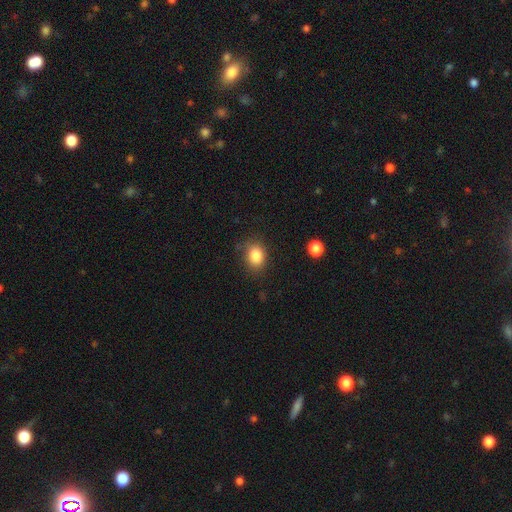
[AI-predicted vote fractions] This appears to be a smooth galaxy with no disk features (84%) that is in between round and cigar-shaped (51%). Merging: none (78%).